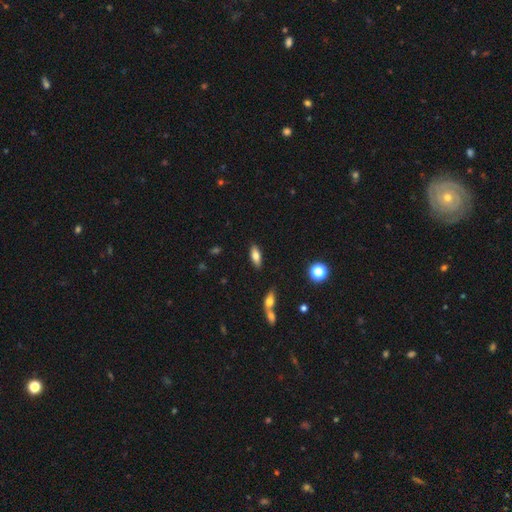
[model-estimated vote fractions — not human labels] This appears to be a smooth galaxy with no disk features (72%) that is in between round and cigar-shaped (77%). Merging: none (85%).